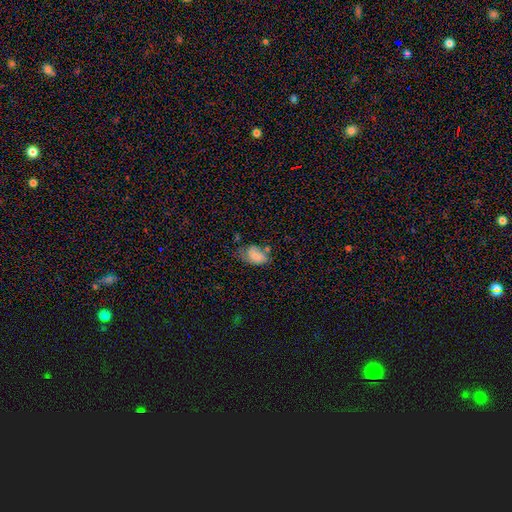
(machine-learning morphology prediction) smooth_or_featured: smooth (p=0.77) [alt: featured or disk p=0.14]
how_rounded: in between (p=0.88) [alt: round p=0.10]
merging: none (p=0.38) [alt: minor disturbance p=0.34]